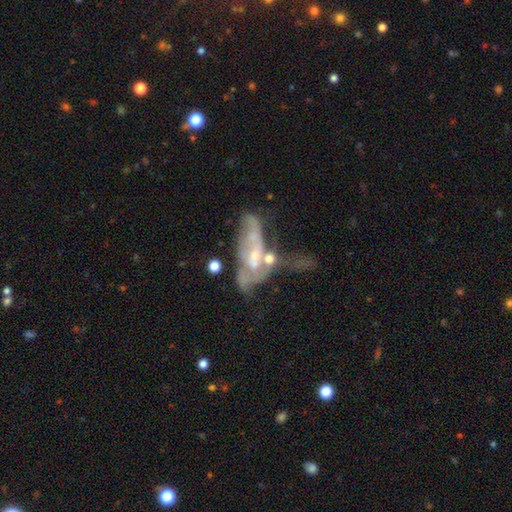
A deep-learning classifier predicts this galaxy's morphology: Q: Smooth or featured?
A: featured or disk (69%); runner-up: smooth (21%)
Q: Edge-on disk?
A: no (85%); runner-up: yes (15%)
Q: Bar?
A: no (62%); runner-up: weak (27%)
Q: Spiral arms?
A: yes (58%); runner-up: no (42%)
Q: Bulge size?
A: small (46%); runner-up: moderate (37%)
Q: Merging?
A: merger (49%); runner-up: major disturbance (20%)